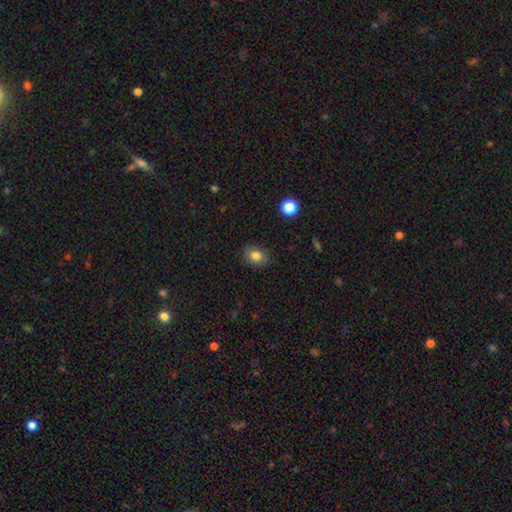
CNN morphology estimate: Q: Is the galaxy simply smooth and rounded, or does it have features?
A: smooth — 83%.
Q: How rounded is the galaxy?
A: in between — 59%.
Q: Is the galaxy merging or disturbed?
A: none — 87%.